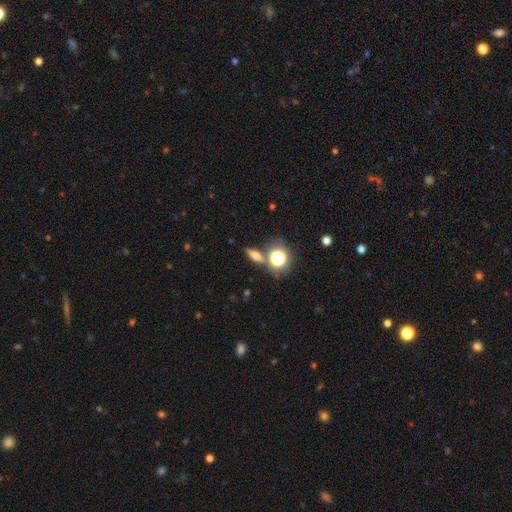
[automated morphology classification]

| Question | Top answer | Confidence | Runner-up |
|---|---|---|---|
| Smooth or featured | smooth | 50% | featured or disk (31%) |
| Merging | none | 75% | merger (11%) |